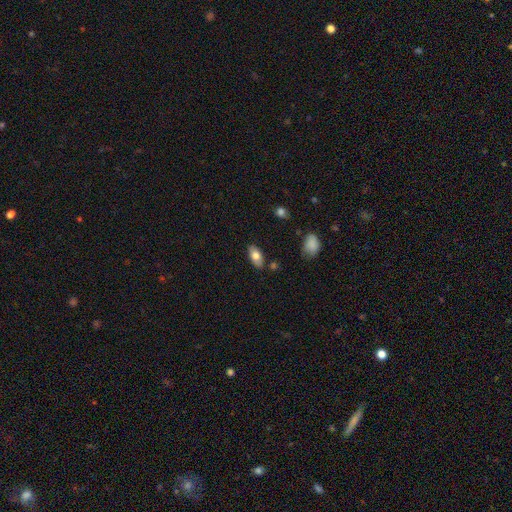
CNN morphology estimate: A smooth galaxy with no disk features (73%) that is in between round and cigar-shaped (91%). Merging: none (83%).